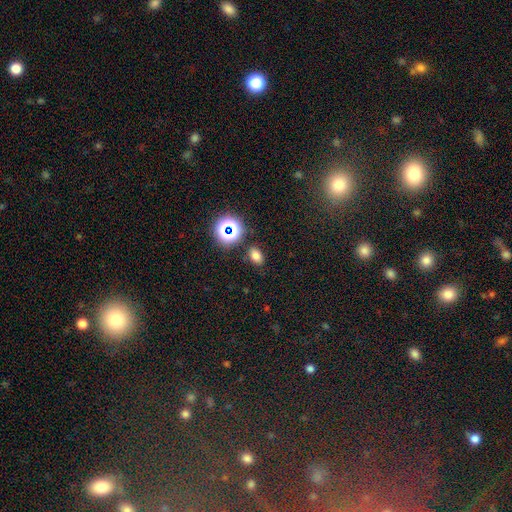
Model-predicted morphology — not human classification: smooth 73%, star or artifact 20%, featured or disk 6%. Down the decision tree: how rounded — in between (79%); merging — none (84%).